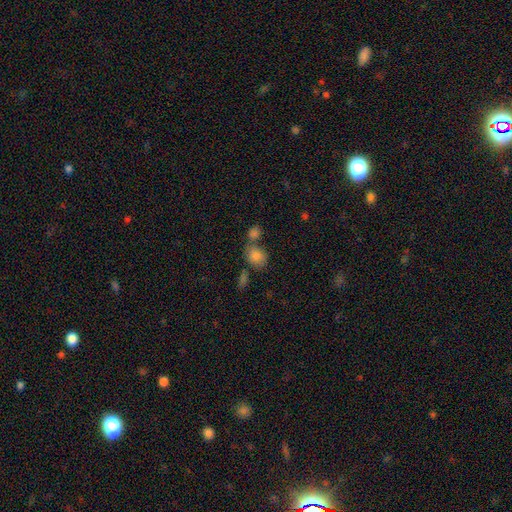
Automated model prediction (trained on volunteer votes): A smooth galaxy with no disk features (81%) that is round (53%). Merging: none (53%).